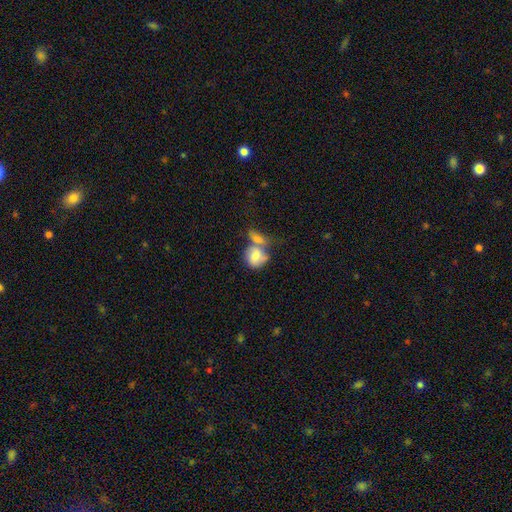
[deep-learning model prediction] Smooth or featured?
  - smooth: 70% *
  - featured or disk: 22%
  - star or artifact: 8%
How rounded?
  - round: 53% *
  - in between: 46%
  - cigar-shaped: 2%
Merging?
  - merger: 58% *
  - none: 21%
  - minor disturbance: 12%
  - major disturbance: 9%